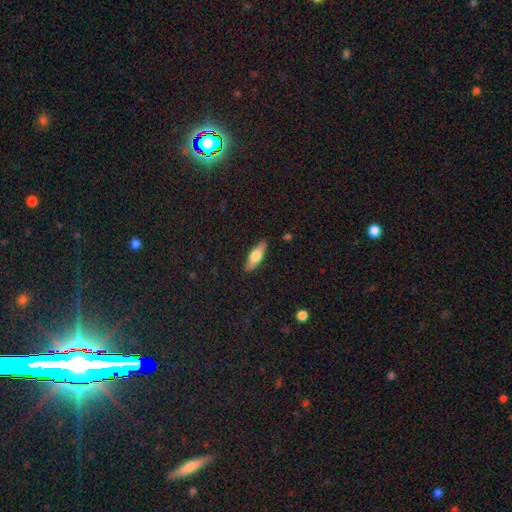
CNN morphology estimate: A smooth galaxy with no disk features (56%) that is in between round and cigar-shaped (54%).

Vote fractions:
- Smooth or featured? smooth: 56% / featured or disk: 38% / star or artifact: 6%
- How rounded? in between: 54% / cigar-shaped: 43% / round: 3%
- Merging? none: 86% / minor disturbance: 10% / major disturbance: 2% / merger: 1%